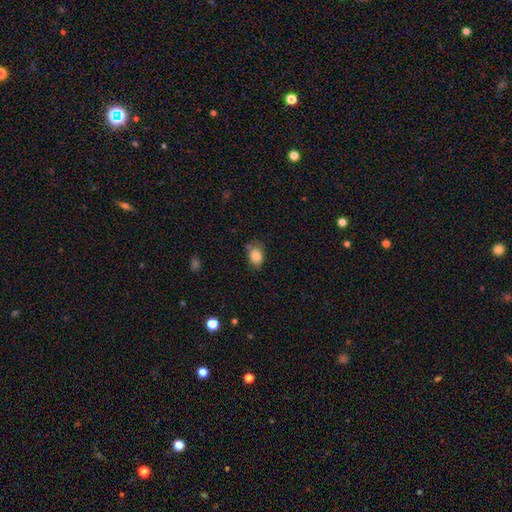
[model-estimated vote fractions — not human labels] This is clearly a smooth galaxy (84%). How rounded: likely in between (70%). Merging: likely none (66%).